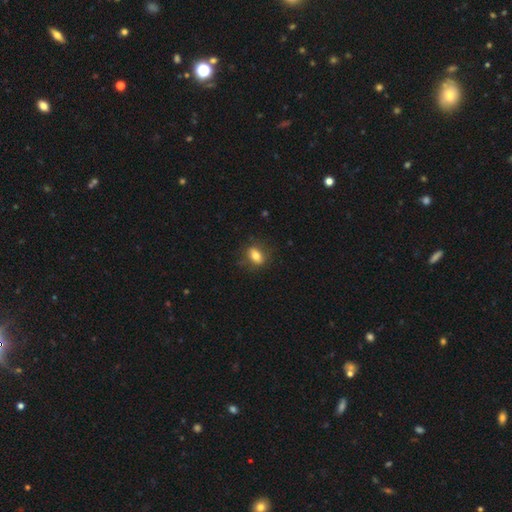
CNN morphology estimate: Smooth or featured?
  - smooth: 78% *
  - featured or disk: 14%
  - star or artifact: 9%
How rounded?
  - in between: 78% *
  - round: 17%
  - cigar-shaped: 4%
Merging?
  - none: 79% *
  - minor disturbance: 15%
  - major disturbance: 5%
  - merger: 1%